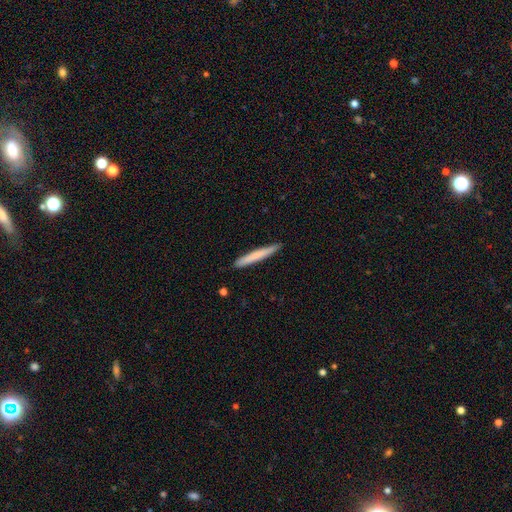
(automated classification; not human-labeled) Morphology: type=smooth (71%); roundness=cigar-shaped (96%); merging=none (90%).